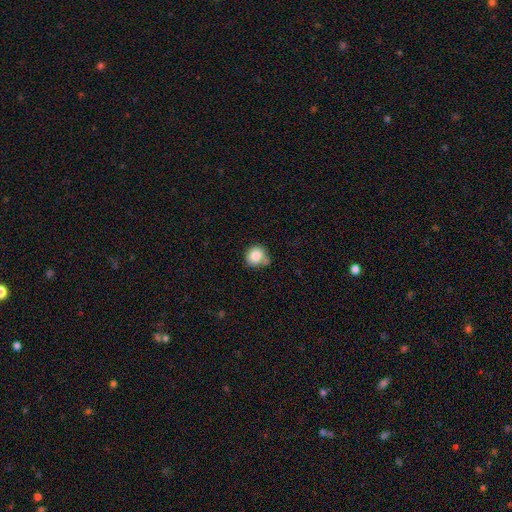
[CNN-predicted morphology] A smooth galaxy with no disk features (85%) that is round (85%).

Vote fractions:
- Smooth or featured? smooth: 85% / star or artifact: 9% / featured or disk: 6%
- How rounded? round: 85% / in between: 14% / cigar-shaped: 1%
- Merging? none: 59% / minor disturbance: 22% / merger: 13% / major disturbance: 6%